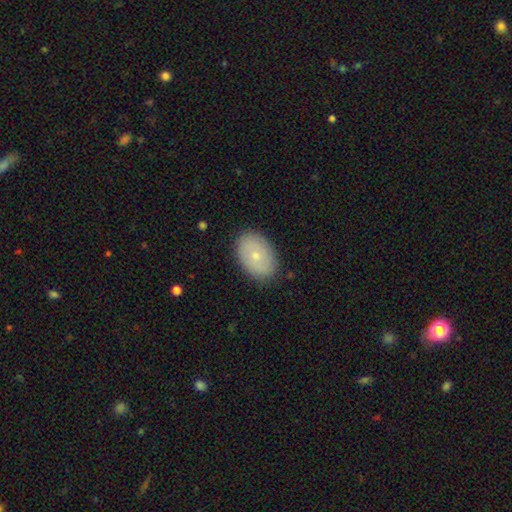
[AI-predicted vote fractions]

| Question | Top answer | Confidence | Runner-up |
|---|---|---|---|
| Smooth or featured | smooth | 72% | featured or disk (22%) |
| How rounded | in between | 86% | round (13%) |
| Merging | none | 86% | minor disturbance (11%) |